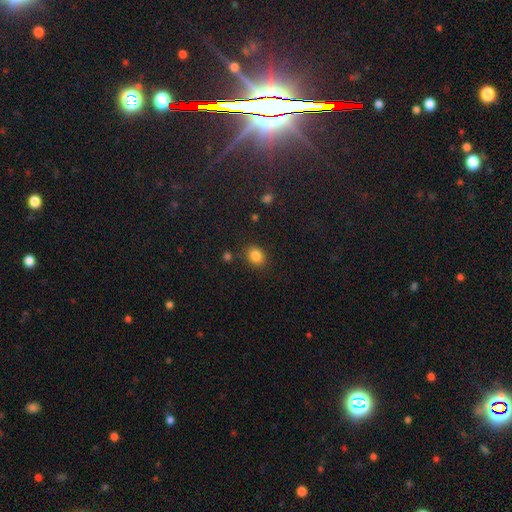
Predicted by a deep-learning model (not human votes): Smooth or featured? Predicted: smooth (p=0.84). How rounded? Predicted: in between (p=0.51). Merging? Predicted: none (p=0.82).